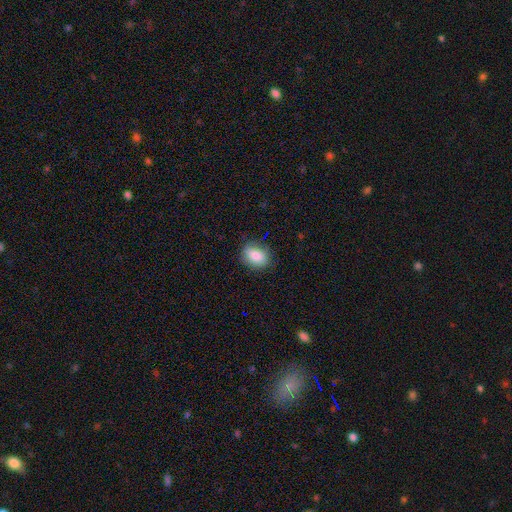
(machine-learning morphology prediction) Smooth or featured? smooth (85%)
How rounded? in between (69%)
Merging? none (80%)